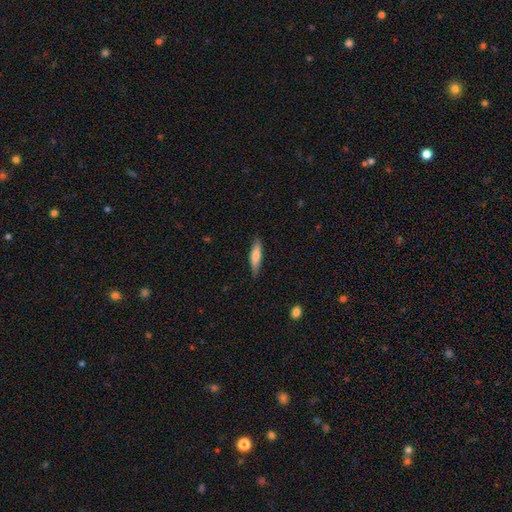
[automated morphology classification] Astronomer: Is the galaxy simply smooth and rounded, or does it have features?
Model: smooth — 73%.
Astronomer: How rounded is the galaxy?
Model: cigar-shaped — 76%.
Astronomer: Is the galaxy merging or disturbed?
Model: none — 82%.